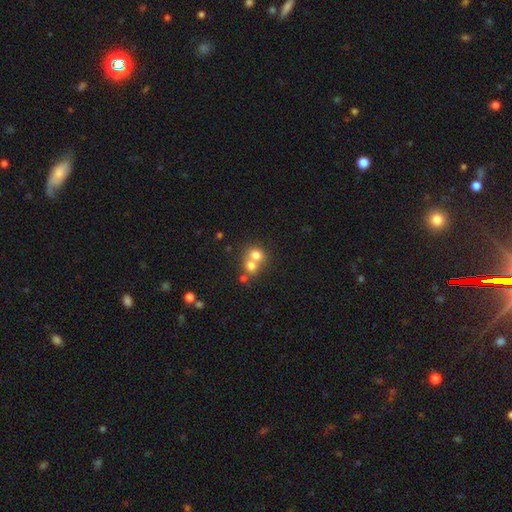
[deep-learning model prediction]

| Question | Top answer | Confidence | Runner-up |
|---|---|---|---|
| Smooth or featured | smooth | 71% | featured or disk (17%) |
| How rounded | round | 77% | in between (22%) |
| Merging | merger | 64% | none (28%) |